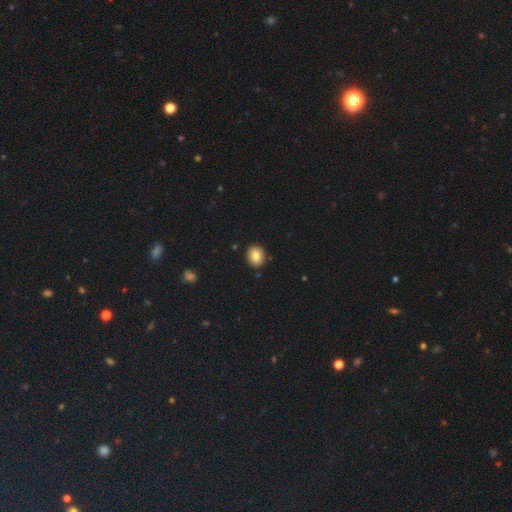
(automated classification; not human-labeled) This is clearly a smooth galaxy (83%). How rounded: likely round (67%). Merging: clearly none (89%).